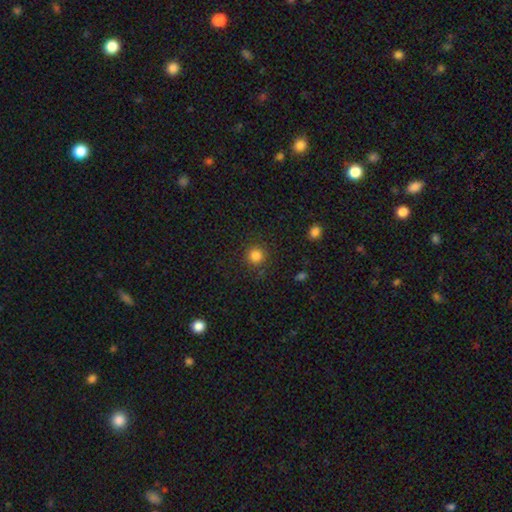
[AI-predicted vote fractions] A smooth galaxy with no disk features (84%) that is round (94%). Merging: none (88%).